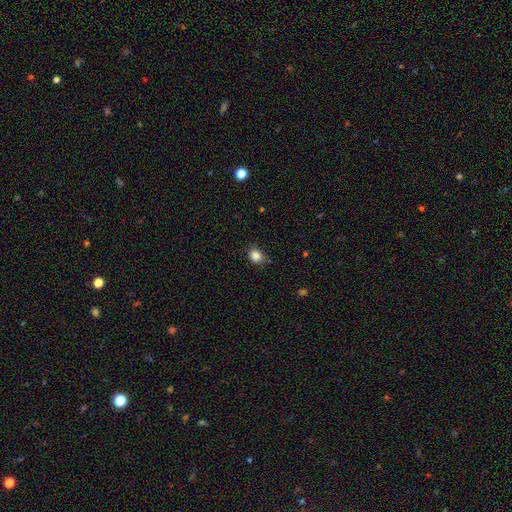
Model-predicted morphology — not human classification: smooth_or_featured: smooth (p=0.85) [alt: star or artifact p=0.11]
how_rounded: round (p=0.62) [alt: in between p=0.37]
merging: none (p=0.73) [alt: minor disturbance p=0.22]